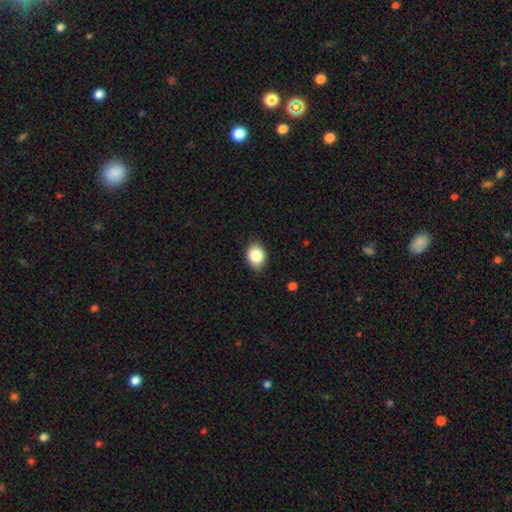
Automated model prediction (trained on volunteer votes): Q: Smooth or featured?
A: smooth (85%); runner-up: star or artifact (8%)
Q: How rounded?
A: in between (64%); runner-up: round (35%)
Q: Merging?
A: none (84%); runner-up: minor disturbance (12%)